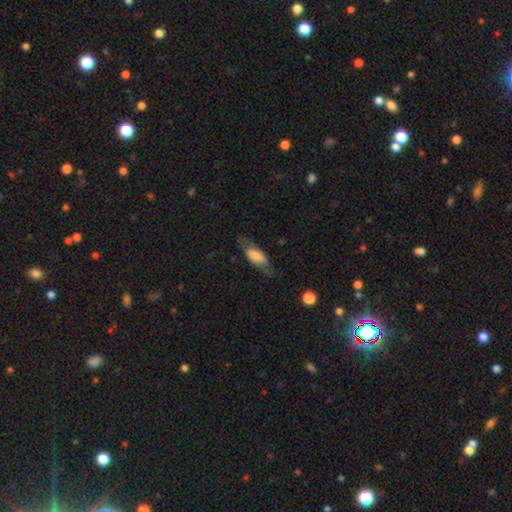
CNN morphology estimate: Q: Smooth or featured?
A: smooth (59%); runner-up: featured or disk (34%)
Q: How rounded?
A: in between (71%); runner-up: cigar-shaped (26%)
Q: Merging?
A: none (64%); runner-up: minor disturbance (22%)